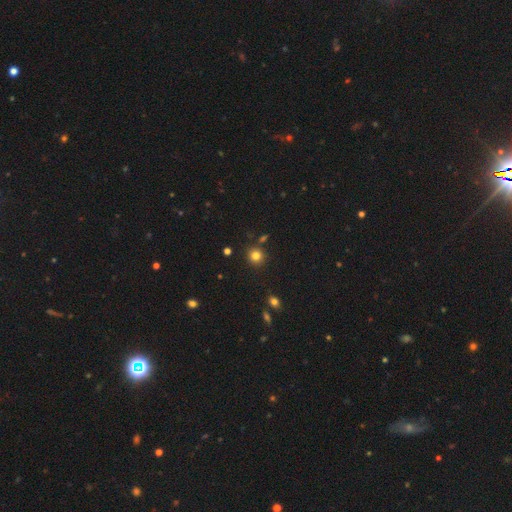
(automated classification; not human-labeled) Smooth or featured? smooth (81%)
How rounded? round (91%)
Merging? none (86%)